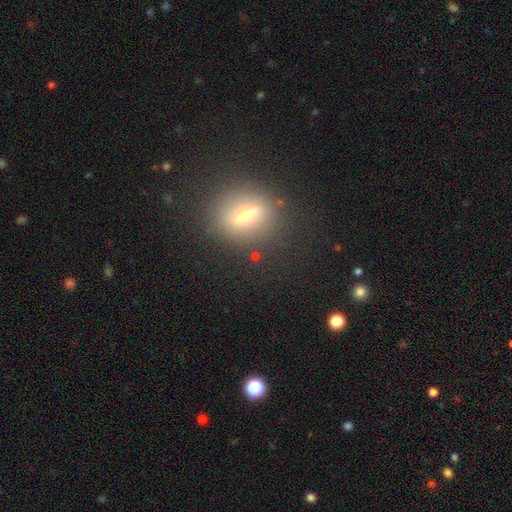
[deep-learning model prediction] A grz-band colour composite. It shows a featured or disk galaxy (45%). Merging: none (83%).